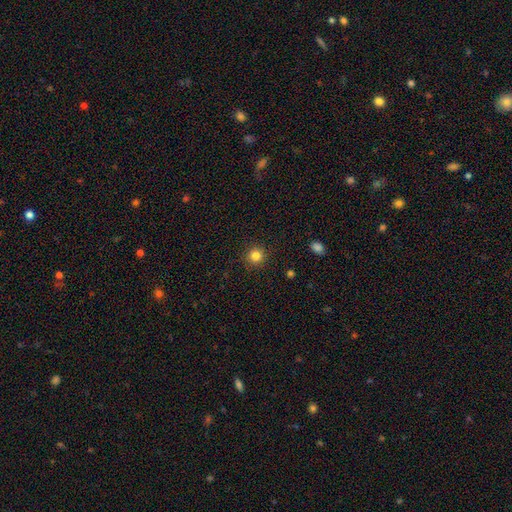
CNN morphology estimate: This is clearly a smooth galaxy (83%). How rounded: clearly round (94%). Merging: clearly none (91%).